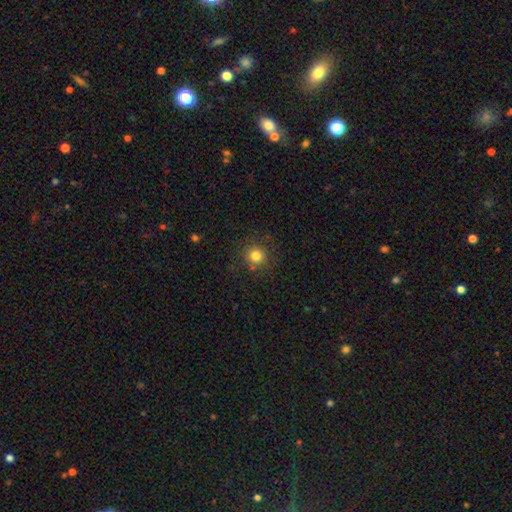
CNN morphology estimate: smooth_or_featured: smooth (p=0.81) [alt: star or artifact p=0.13]
how_rounded: round (p=0.94) [alt: in between p=0.05]
merging: none (p=0.87) [alt: minor disturbance p=0.08]